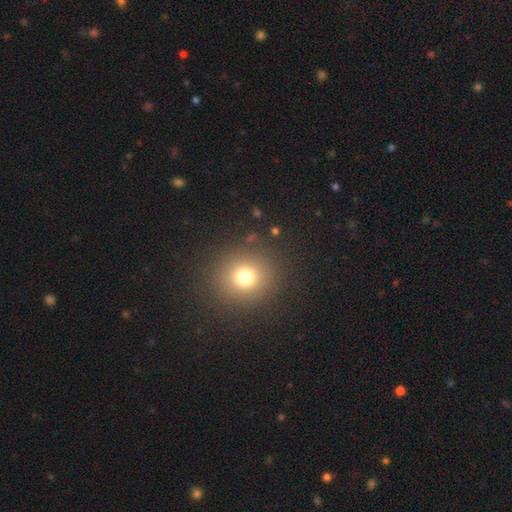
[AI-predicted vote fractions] Smooth or featured? smooth (66%)
How rounded? round (89%)
Merging? none (92%)